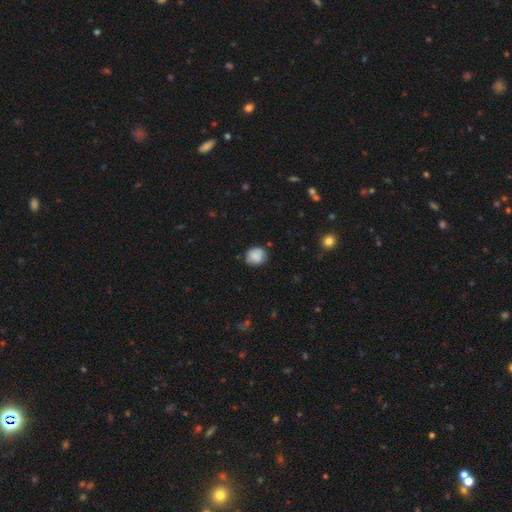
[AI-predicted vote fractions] smooth 80%, featured or disk 11%, star or artifact 9%. Down the decision tree: how rounded — round (75%); merging — none (75%).